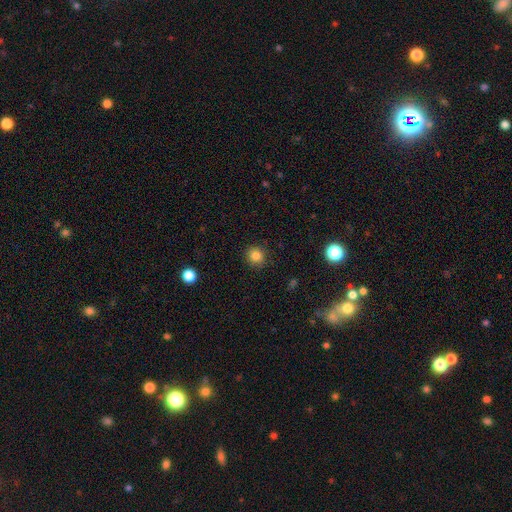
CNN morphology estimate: smooth-or-featured: smooth: 83% | star or artifact: 12% | featured or disk: 5%
  how-rounded: round: 91% | in between: 8% | cigar-shaped: 1%
  merging: none: 90% | minor disturbance: 7% | major disturbance: 2% | merger: 1%